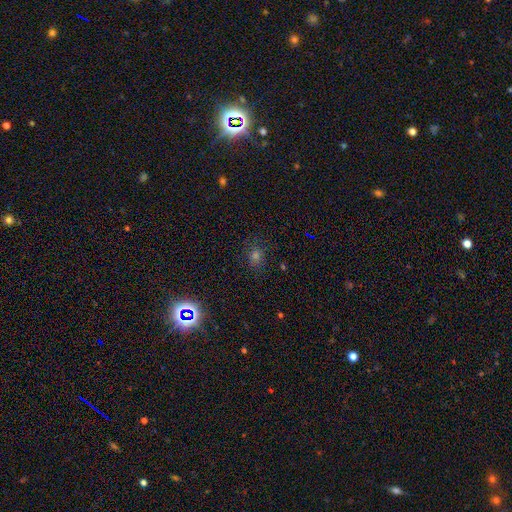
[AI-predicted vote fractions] smooth_or_featured: smooth (p=0.49) [alt: star or artifact p=0.41]
merging: none (p=0.81) [alt: minor disturbance p=0.12]